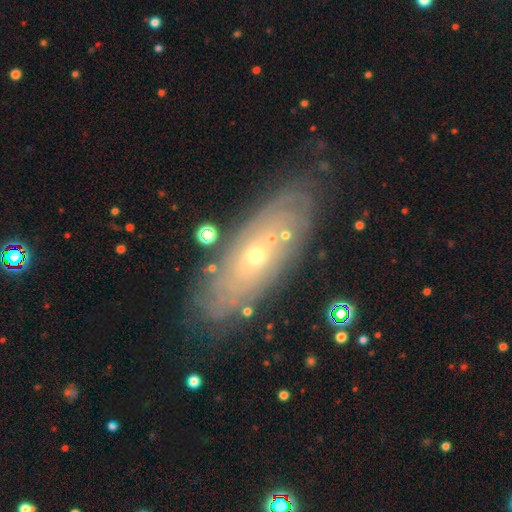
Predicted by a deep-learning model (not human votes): The model was most divided on "bulge size": small: 64%, moderate: 32%, large: 1%, none: 1%, dominant: 1%. More confident: bar — no (85%); edge-on disk — no (80%); merging — none (79%); smooth or featured — featured or disk (70%); spiral arms — yes (66%).